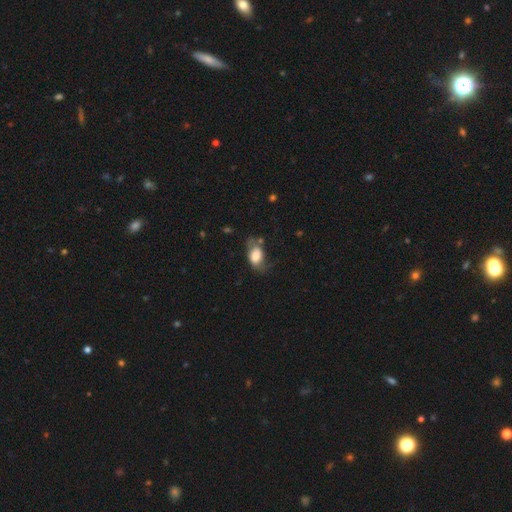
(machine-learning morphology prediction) smooth 69%, featured or disk 24%, star or artifact 8%. Down the decision tree: how rounded — in between (86%); merging — none (43%).